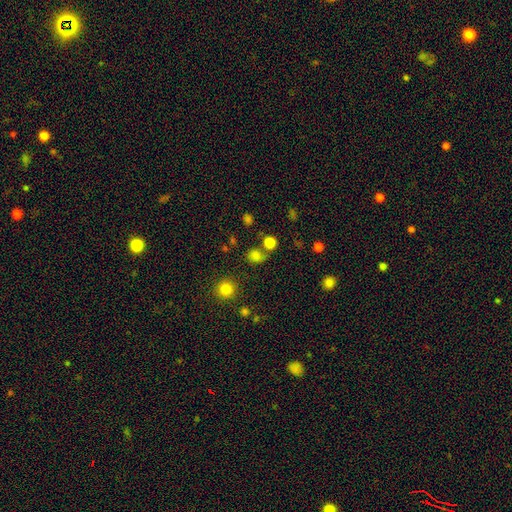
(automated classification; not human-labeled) Smooth or featured? Predicted: smooth (p=0.77). How rounded? Predicted: round (p=0.68). Merging? Predicted: none (p=0.61).